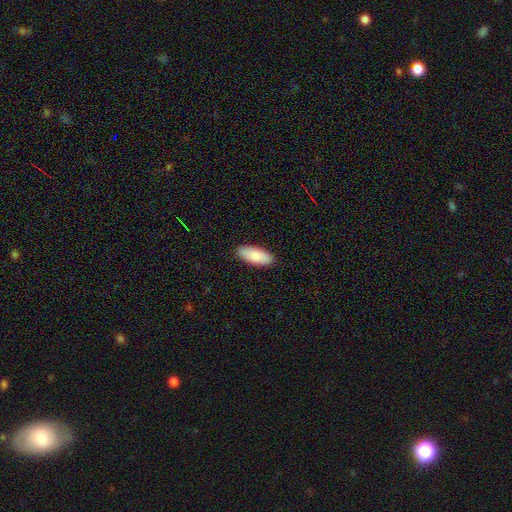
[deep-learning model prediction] A smooth galaxy with no disk features (86%) that is in between round and cigar-shaped (83%).

Vote fractions:
- Smooth or featured? smooth: 86% / featured or disk: 9% / star or artifact: 6%
- How rounded? in between: 83% / cigar-shaped: 15% / round: 2%
- Merging? none: 90% / minor disturbance: 8% / major disturbance: 2% / merger: 1%